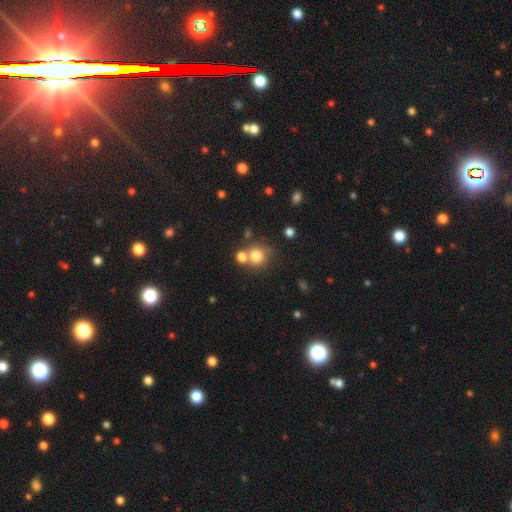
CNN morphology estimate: A smooth galaxy with no disk features (78%) that is round (87%). Merging: none (58%).